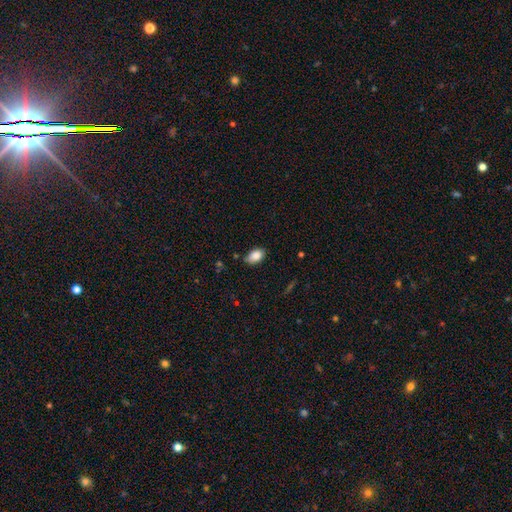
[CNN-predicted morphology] type=smooth (87%); roundness=in between (89%); merging=none (76%).